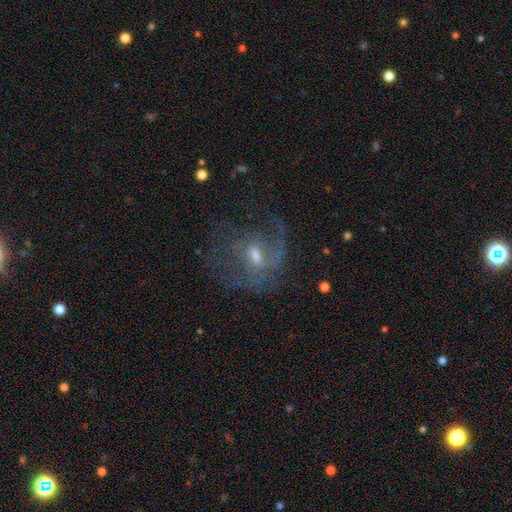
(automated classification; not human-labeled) Smooth or featured?
  - featured or disk: 73% *
  - smooth: 16%
  - star or artifact: 11%
Edge-on disk?
  - no: 96% *
  - yes: 4%
Bar?
  - weak: 53% *
  - no: 34%
  - strong: 13%
Spiral arms?
  - yes: 75% *
  - no: 25%
Spiral winding?
  - medium: 40% *
  - loose: 39%
  - tight: 21%
Spiral arm count?
  - can't tell: 32% *
  - 2: 27%
  - 1: 27%
  - 3: 8%
  - 4: 3%
  - more than 4: 3%
Bulge size?
  - moderate: 48% *
  - small: 42%
  - none: 5%
  - large: 3%
  - dominant: 1%
Merging?
  - none: 46% *
  - major disturbance: 33%
  - minor disturbance: 18%
  - merger: 2%